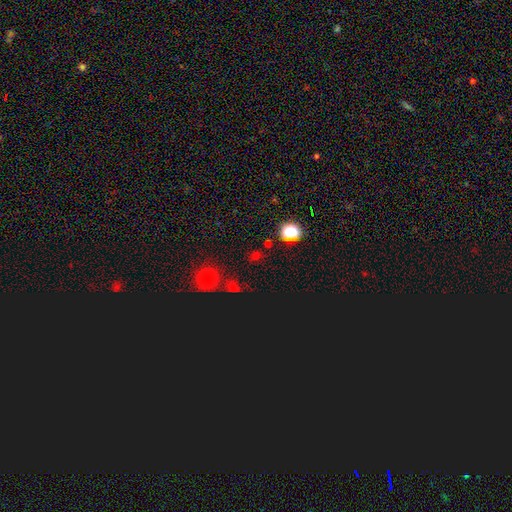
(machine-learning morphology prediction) A smooth galaxy with no disk features (47%). Merging: none (71%).